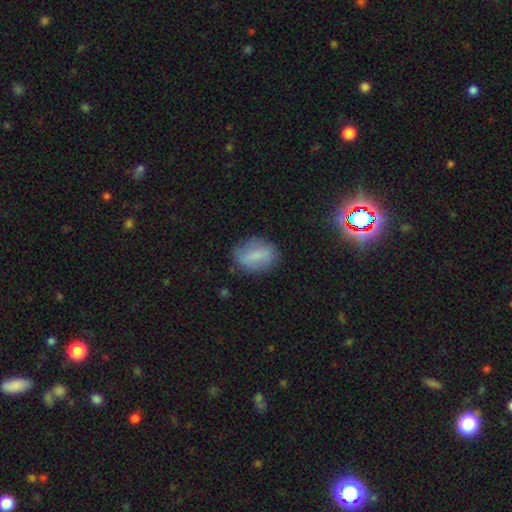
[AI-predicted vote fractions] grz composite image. It shows a smooth galaxy with no disk features (66%) that is in between round and cigar-shaped (73%). Merging: none (74%).